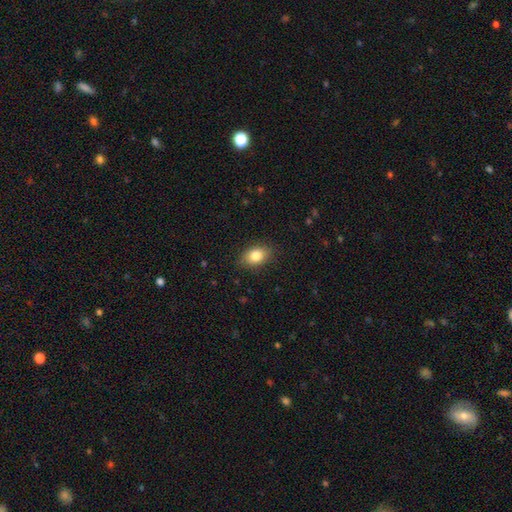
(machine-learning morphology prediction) A smooth galaxy with no disk features (82%) that is in between round and cigar-shaped (81%).

Vote fractions:
- Smooth or featured? smooth: 82% / featured or disk: 9% / star or artifact: 8%
- How rounded? in between: 81% / round: 17% / cigar-shaped: 2%
- Merging? none: 85% / minor disturbance: 11% / major disturbance: 3% / merger: 1%